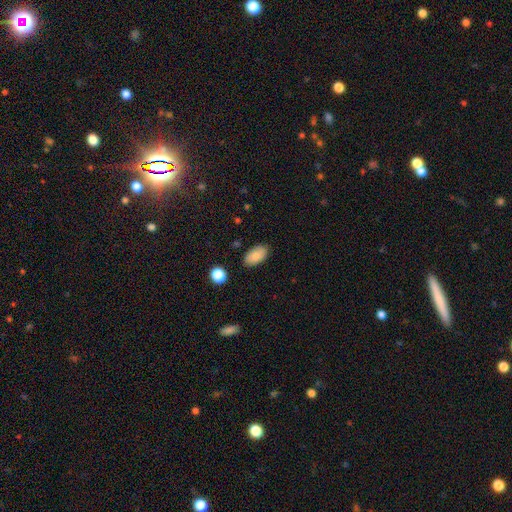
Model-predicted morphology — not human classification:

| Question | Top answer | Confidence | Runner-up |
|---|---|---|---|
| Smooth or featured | smooth | 86% | star or artifact (7%) |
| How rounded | in between | 94% | round (5%) |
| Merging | none | 85% | minor disturbance (11%) |